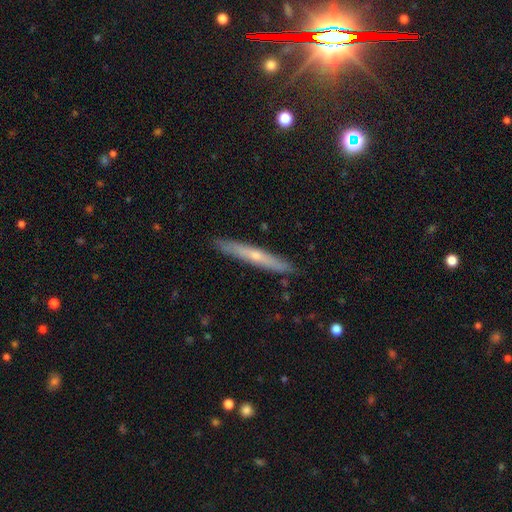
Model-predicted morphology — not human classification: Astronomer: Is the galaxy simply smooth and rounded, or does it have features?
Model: featured or disk — 55% (runner-up: smooth, 39%).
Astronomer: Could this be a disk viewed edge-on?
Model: yes — 91%.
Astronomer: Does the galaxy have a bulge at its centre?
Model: rounded — 63%.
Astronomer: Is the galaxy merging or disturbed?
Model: none — 89%.